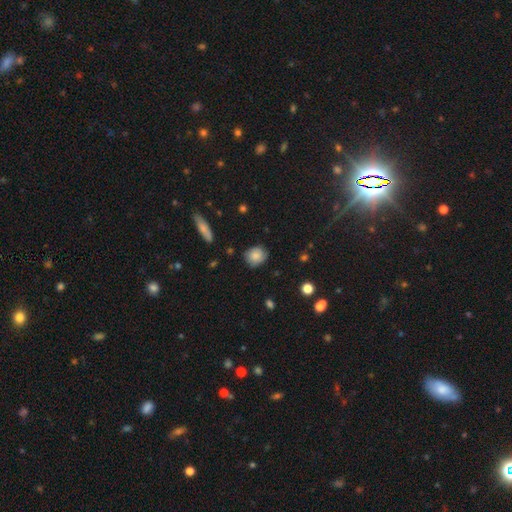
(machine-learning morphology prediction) type=smooth (82%); roundness=round (75%); merging=none (81%).